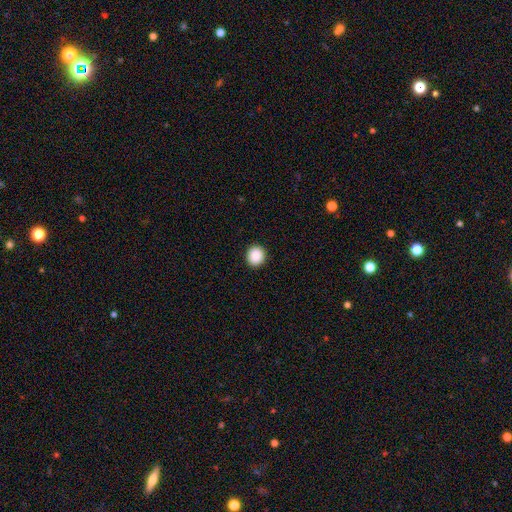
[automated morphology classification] smooth-or-featured: smooth: 89% | star or artifact: 8% | featured or disk: 2%
  how-rounded: round: 85% | in between: 14% | cigar-shaped: 1%
  merging: none: 93% | minor disturbance: 5% | major disturbance: 2% | merger: 1%